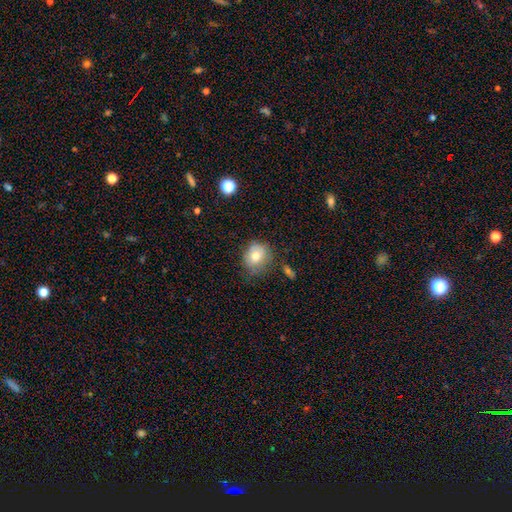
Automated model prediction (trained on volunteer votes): Overall: smooth (76%). How rounded: round (76%). Merging: none (63%; minor disturbance 26%).